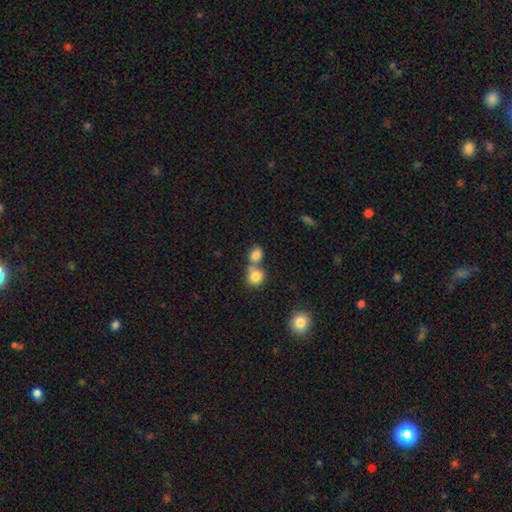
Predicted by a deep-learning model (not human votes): Q: Smooth or featured?
A: smooth (83%); runner-up: star or artifact (10%)
Q: How rounded?
A: round (54%); runner-up: in between (45%)
Q: Merging?
A: merger (55%); runner-up: none (34%)